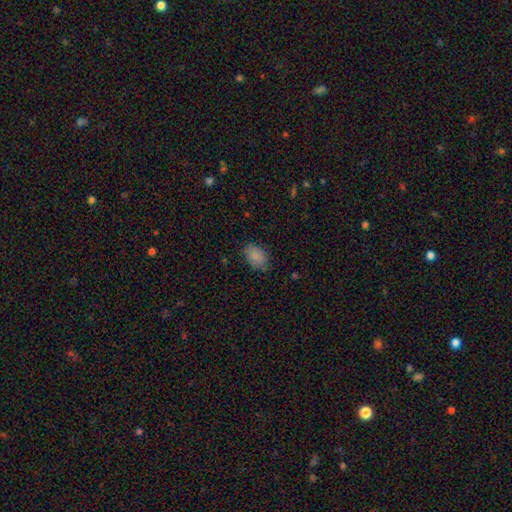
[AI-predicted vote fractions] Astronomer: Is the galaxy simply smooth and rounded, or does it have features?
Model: smooth — 86%.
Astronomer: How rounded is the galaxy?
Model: in between — 84%.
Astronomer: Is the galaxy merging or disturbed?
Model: none — 76%.